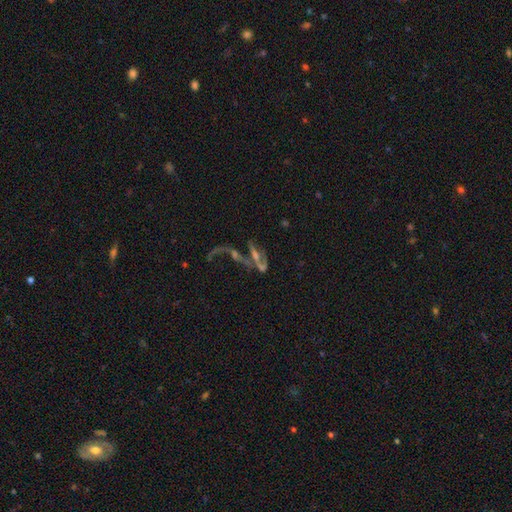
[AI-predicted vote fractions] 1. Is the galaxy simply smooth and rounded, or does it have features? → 65% featured or disk, 18% smooth, 17% star or artifact.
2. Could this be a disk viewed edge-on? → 79% no, 21% yes.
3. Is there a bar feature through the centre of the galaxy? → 57% no, 25% weak, 17% strong.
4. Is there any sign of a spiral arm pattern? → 51% yes, 49% no.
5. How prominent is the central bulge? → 37% small, 33% none, 23% moderate, 4% large, 2% dominant.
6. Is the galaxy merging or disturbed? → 46% merger, 27% major disturbance, 18% none, 9% minor disturbance.